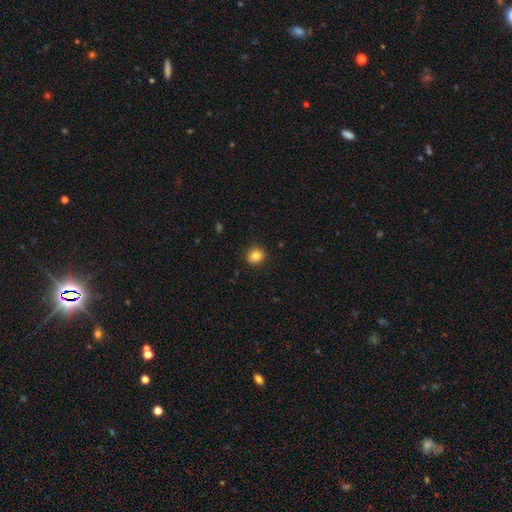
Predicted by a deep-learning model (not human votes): Overall: smooth (83%). How rounded: round (84%). Merging: none (90%).